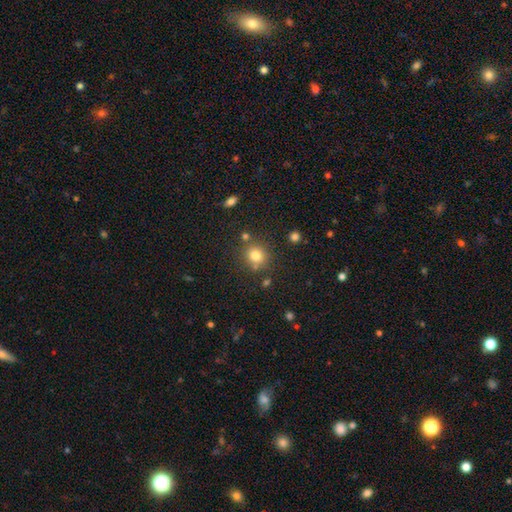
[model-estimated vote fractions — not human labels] This is likely a smooth galaxy (79%). How rounded: clearly round (84%). Merging: likely none (76%).